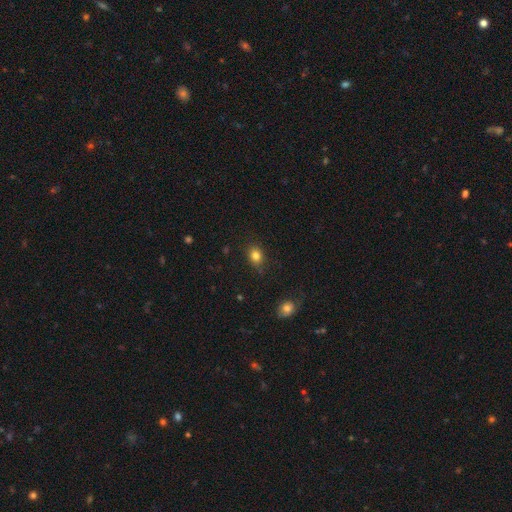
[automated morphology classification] Smooth or featured? smooth (82%)
How rounded? round (54%)
Merging? none (82%)